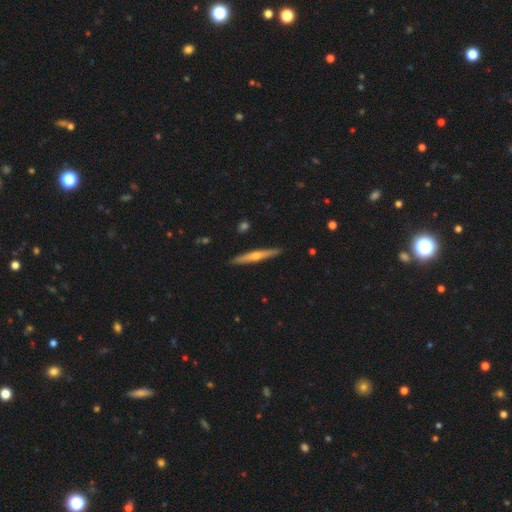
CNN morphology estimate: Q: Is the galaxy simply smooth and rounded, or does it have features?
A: featured or disk — 65%.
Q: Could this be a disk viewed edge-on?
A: yes — 97%.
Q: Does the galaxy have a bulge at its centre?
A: rounded — 82%.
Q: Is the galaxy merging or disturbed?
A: none — 91%.